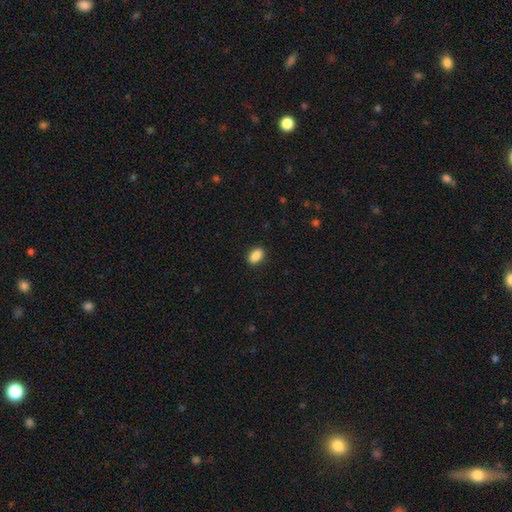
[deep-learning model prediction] A smooth galaxy with no disk features (89%) that is in between round and cigar-shaped (89%).

Vote fractions:
- Smooth or featured? smooth: 89% / star or artifact: 8% / featured or disk: 3%
- How rounded? in between: 89% / round: 9% / cigar-shaped: 2%
- Merging? none: 90% / minor disturbance: 7% / major disturbance: 2% / merger: 1%